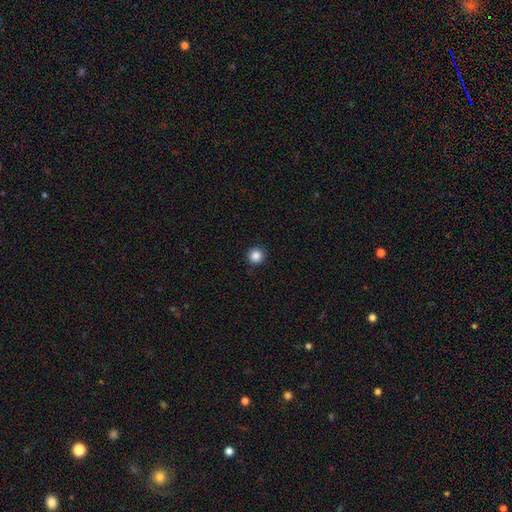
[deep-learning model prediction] smooth_or_featured: smooth (p=0.86) [alt: star or artifact p=0.11]
how_rounded: round (p=0.96) [alt: in between p=0.03]
merging: none (p=0.93) [alt: minor disturbance p=0.05]